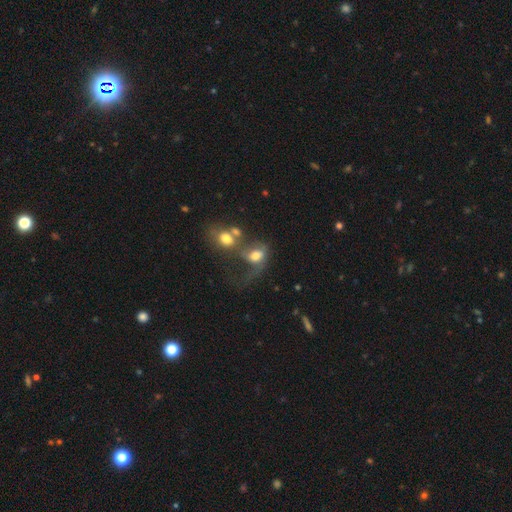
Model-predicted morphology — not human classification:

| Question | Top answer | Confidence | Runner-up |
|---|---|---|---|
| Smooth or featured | smooth | 61% | featured or disk (28%) |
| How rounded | in between | 69% | round (29%) |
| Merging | merger | 48% | major disturbance (28%) |